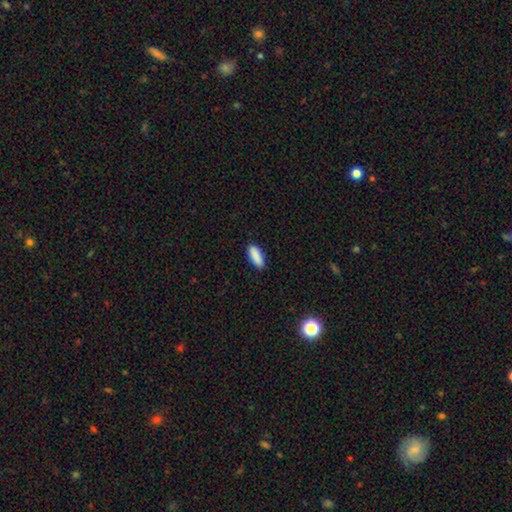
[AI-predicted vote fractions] Q: Smooth or featured?
A: smooth (90%); runner-up: star or artifact (6%)
Q: How rounded?
A: in between (73%); runner-up: cigar-shaped (25%)
Q: Merging?
A: none (89%); runner-up: minor disturbance (8%)